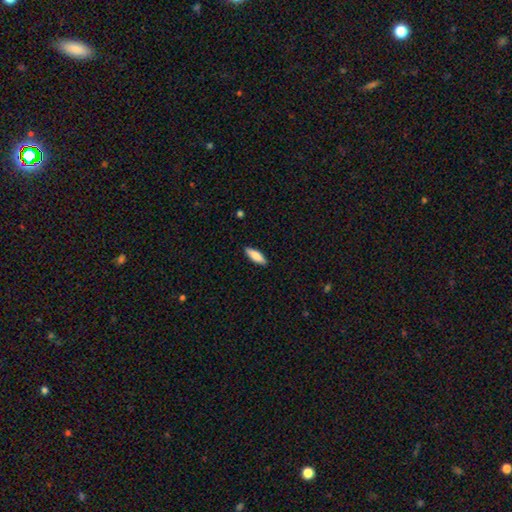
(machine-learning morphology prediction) Smooth or featured? Predicted: smooth (p=0.79). How rounded? Predicted: in between (p=0.50). Merging? Predicted: none (p=0.89).